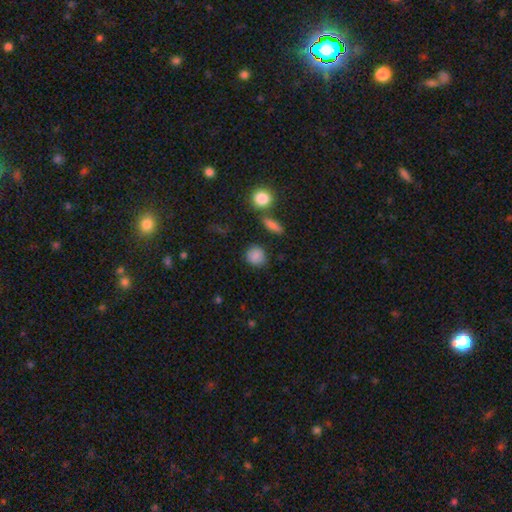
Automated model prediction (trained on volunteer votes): smooth 85%, star or artifact 10%, featured or disk 6%. Down the decision tree: how rounded — round (79%); merging — none (82%).